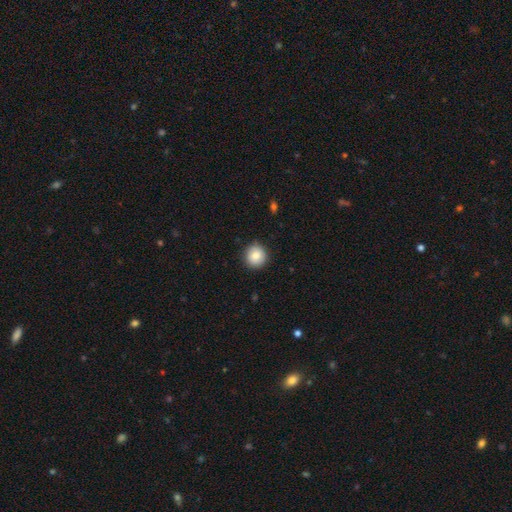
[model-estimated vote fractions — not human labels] Smooth or featured?
  - smooth: 83% *
  - star or artifact: 8%
  - featured or disk: 8%
How rounded?
  - round: 91% *
  - in between: 8%
  - cigar-shaped: 1%
Merging?
  - none: 90% *
  - minor disturbance: 7%
  - major disturbance: 2%
  - merger: 1%